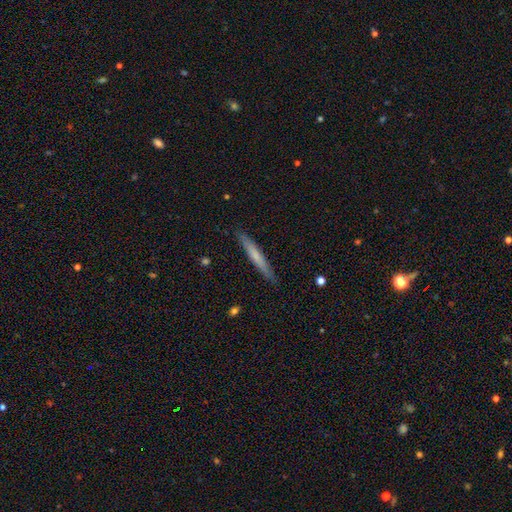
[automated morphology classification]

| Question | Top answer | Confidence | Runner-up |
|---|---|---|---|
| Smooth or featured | smooth | 59% | featured or disk (35%) |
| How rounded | cigar-shaped | 96% | in between (3%) |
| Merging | none | 89% | minor disturbance (9%) |